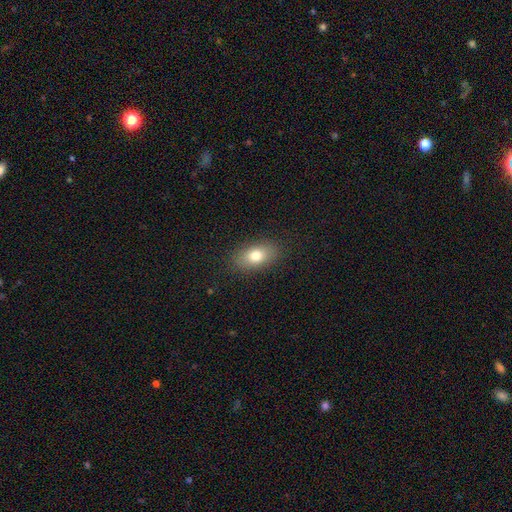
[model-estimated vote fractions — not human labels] Q: Smooth or featured?
A: smooth (79%); runner-up: featured or disk (13%)
Q: How rounded?
A: in between (88%); runner-up: round (9%)
Q: Merging?
A: none (86%); runner-up: minor disturbance (10%)